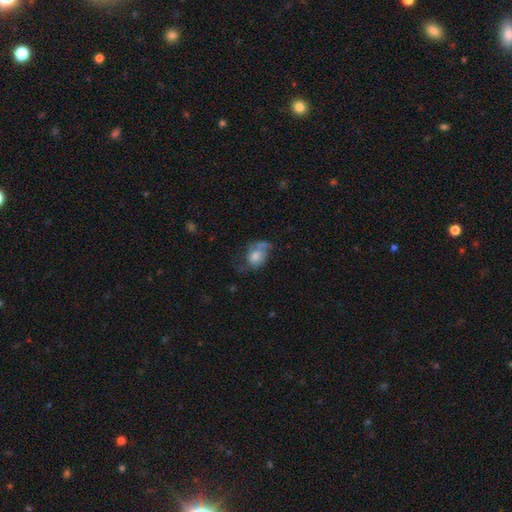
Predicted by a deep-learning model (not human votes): Morphology: type=featured or disk (52%); edge-on=no (96%); merging=none (38%).